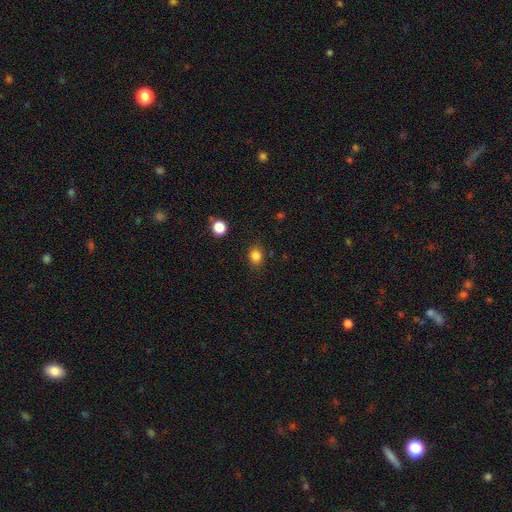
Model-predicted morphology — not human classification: Overall: smooth (83%). How rounded: round (56%; in between 43%). Merging: none (84%).